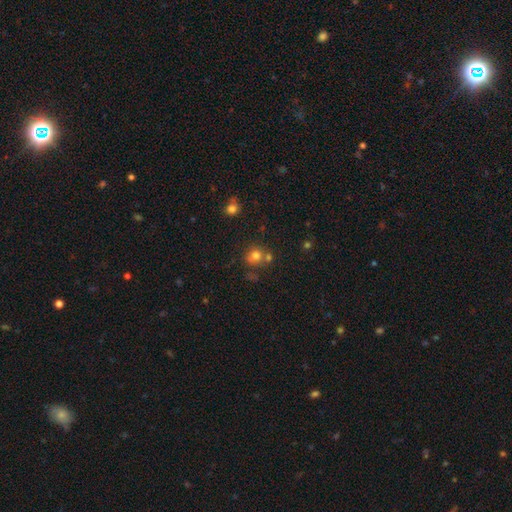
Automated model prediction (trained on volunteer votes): A smooth galaxy with no disk features (75%) that is round (79%). Merging: none (57%).